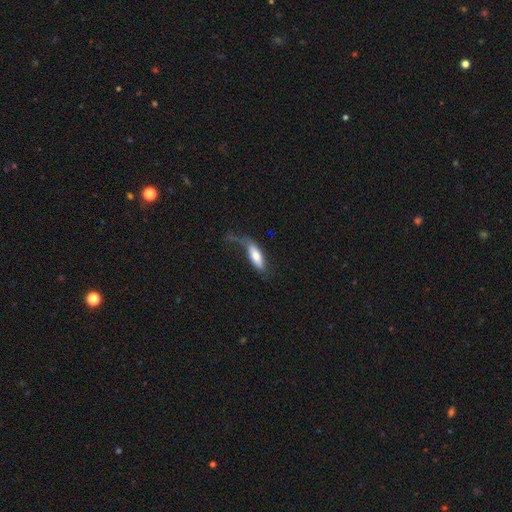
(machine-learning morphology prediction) Q: Smooth or featured?
A: smooth (69%); runner-up: featured or disk (25%)
Q: How rounded?
A: in between (61%); runner-up: cigar-shaped (36%)
Q: Merging?
A: major disturbance (35%); runner-up: none (32%)